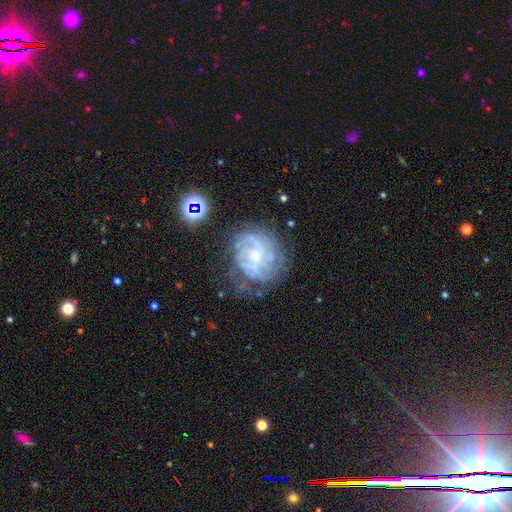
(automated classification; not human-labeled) This is likely a featured or disk galaxy (74%). It is clearly not viewed edge-on (98%). Bar: likely no (71%). Spiral arm pattern: clearly yes (81%). Spiral arm count: possibly can't tell (52%). Spiral winding: possibly tight (56%). Central bulge: possibly small (58%). Merging: possibly none (57%).